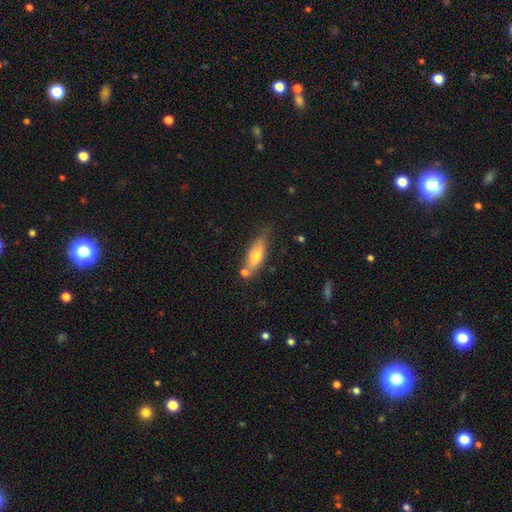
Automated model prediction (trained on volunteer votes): Smooth or featured? smooth (64%)
How rounded? in between (62%)
Merging? none (61%)